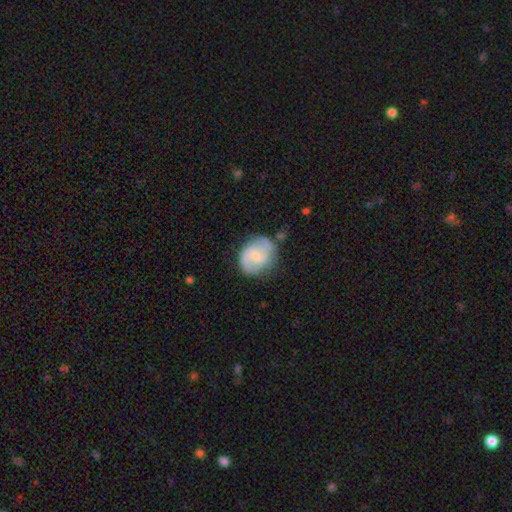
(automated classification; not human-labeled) Smooth or featured? Predicted: featured or disk (p=0.70). Edge-on disk? Predicted: no (p=0.98). Bar? Predicted: weak (p=0.56). Spiral arms? Predicted: yes (p=0.93). Spiral winding? Predicted: medium (p=0.52). Spiral arm count? Predicted: 2 (p=0.89). Bulge size? Predicted: small (p=0.45). Merging? Predicted: none (p=0.73).